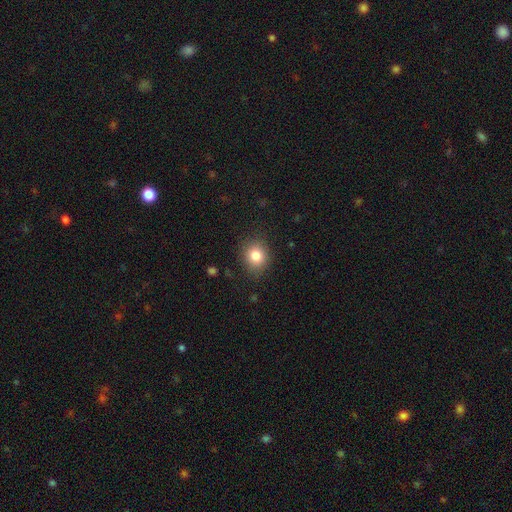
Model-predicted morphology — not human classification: A smooth galaxy with no disk features (82%) that is round (70%).

Vote fractions:
- Smooth or featured? smooth: 82% / star or artifact: 11% / featured or disk: 8%
- How rounded? round: 70% / in between: 29% / cigar-shaped: 1%
- Merging? none: 85% / minor disturbance: 11% / major disturbance: 3% / merger: 1%